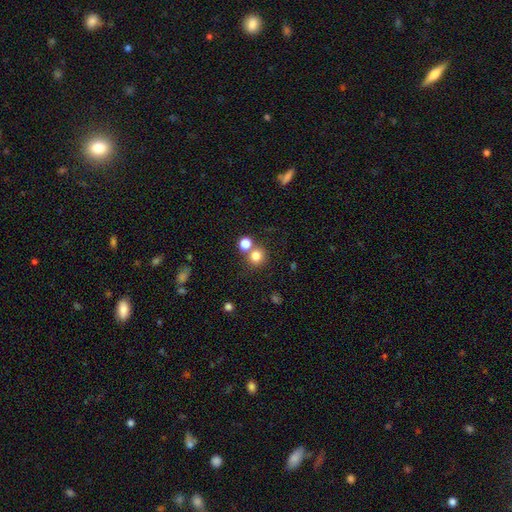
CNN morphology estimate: This appears to be a smooth galaxy with no disk features (79%) that is round (91%). Merging: none (69%).